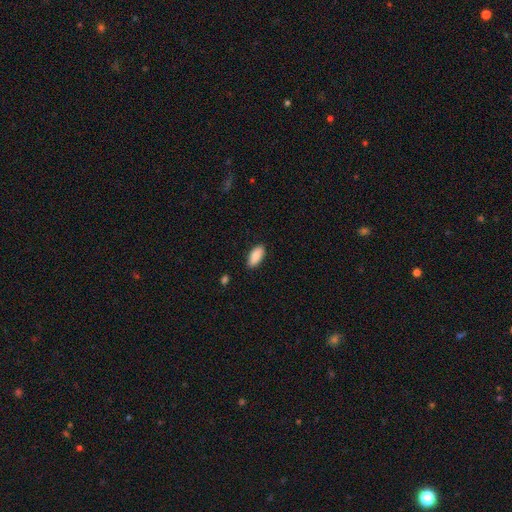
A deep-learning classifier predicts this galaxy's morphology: This is clearly a smooth galaxy (90%). How rounded: clearly in between (88%). Merging: clearly none (88%).